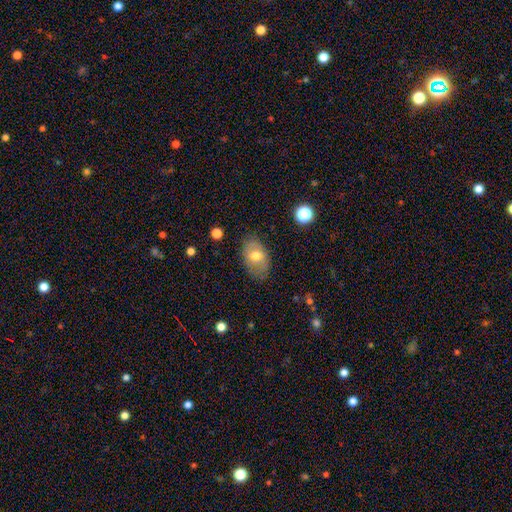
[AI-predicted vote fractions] Smooth or featured?
  - smooth: 66% *
  - featured or disk: 27%
  - star or artifact: 8%
How rounded?
  - in between: 86% *
  - round: 12%
  - cigar-shaped: 1%
Merging?
  - none: 77% *
  - minor disturbance: 17%
  - major disturbance: 5%
  - merger: 1%